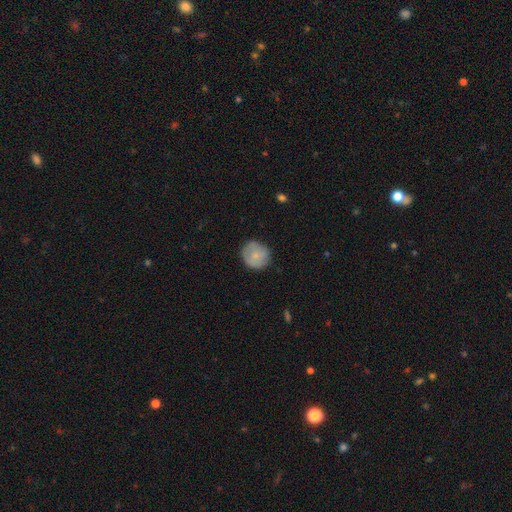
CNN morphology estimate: smooth-or-featured: smooth: 73% | featured or disk: 20% | star or artifact: 7%
  how-rounded: round: 91% | in between: 8% | cigar-shaped: 1%
  merging: none: 81% | minor disturbance: 14% | major disturbance: 3% | merger: 1%